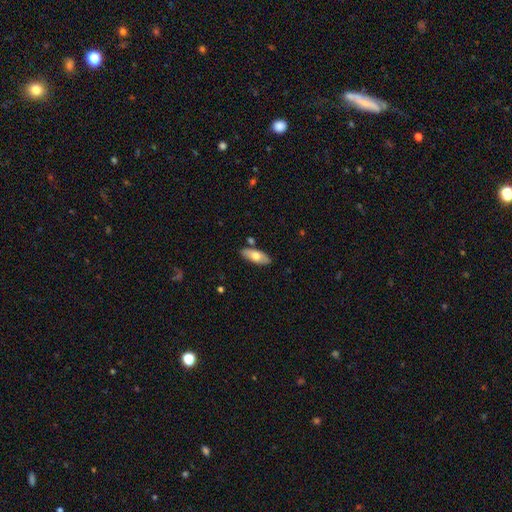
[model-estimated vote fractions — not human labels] Q: Smooth or featured?
A: smooth (65%); runner-up: featured or disk (29%)
Q: How rounded?
A: in between (79%); runner-up: cigar-shaped (19%)
Q: Merging?
A: none (83%); runner-up: minor disturbance (11%)